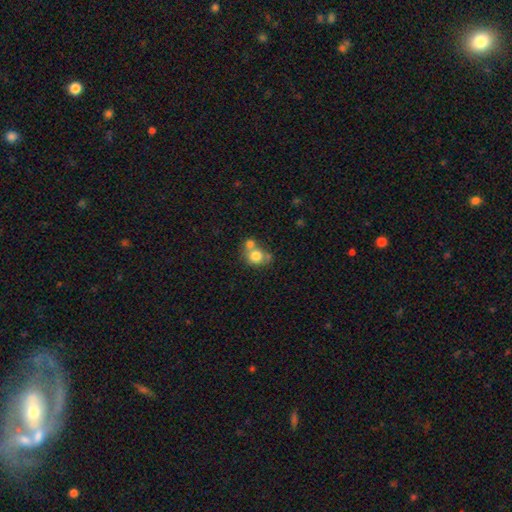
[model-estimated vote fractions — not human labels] Q: Smooth or featured?
A: smooth (76%); runner-up: featured or disk (15%)
Q: How rounded?
A: round (71%); runner-up: in between (28%)
Q: Merging?
A: merger (52%); runner-up: none (33%)